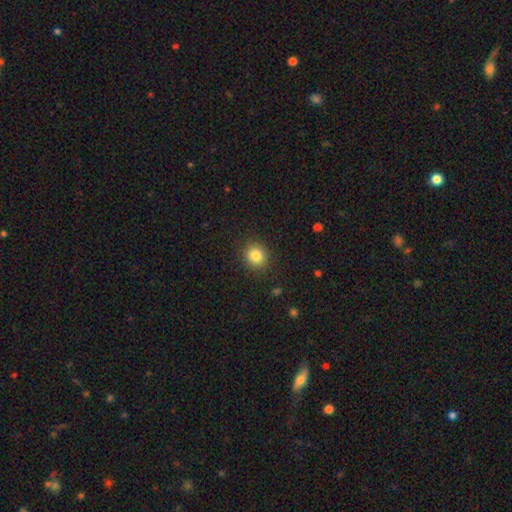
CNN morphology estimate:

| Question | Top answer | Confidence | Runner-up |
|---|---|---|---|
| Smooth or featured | smooth | 84% | star or artifact (11%) |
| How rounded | round | 85% | in between (14%) |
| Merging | none | 90% | minor disturbance (7%) |